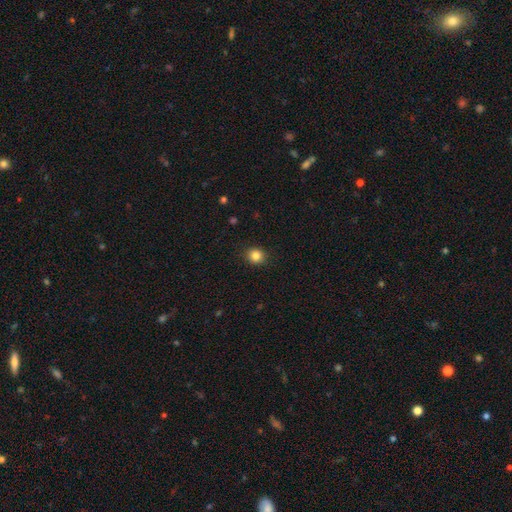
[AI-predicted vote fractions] Smooth or featured? Predicted: smooth (p=0.84). How rounded? Predicted: round (p=0.80). Merging? Predicted: none (p=0.90).